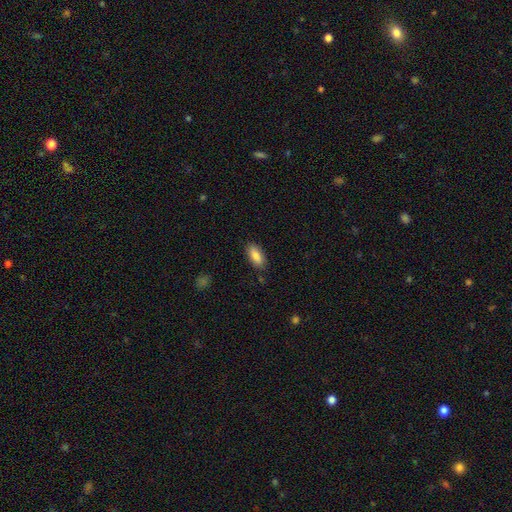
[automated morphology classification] Overall: smooth (85%). How rounded: in between (85%). Merging: none (84%).